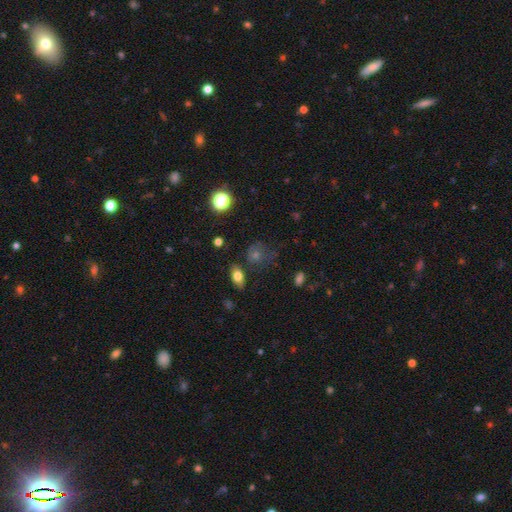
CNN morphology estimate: This appears to be a smooth galaxy with no disk features (52%) that is round (70%). Merging: none (65%).